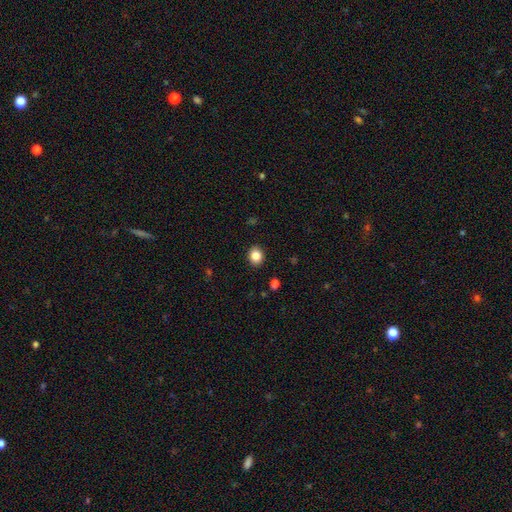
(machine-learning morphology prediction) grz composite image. It shows a smooth galaxy with no disk features (85%) that is round (67%). Merging: none (91%).